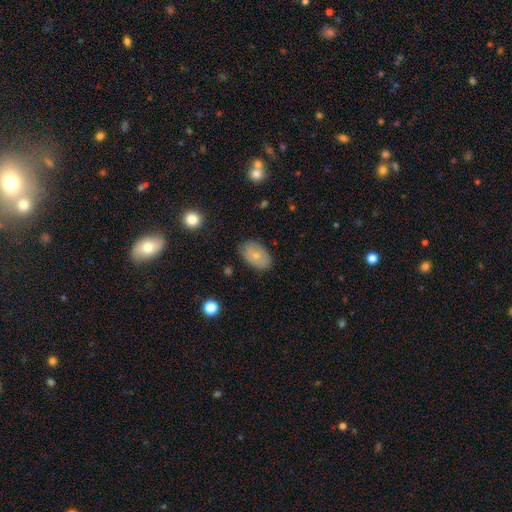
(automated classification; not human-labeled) Morphology: type=smooth (74%); roundness=in between (90%); merging=none (81%).